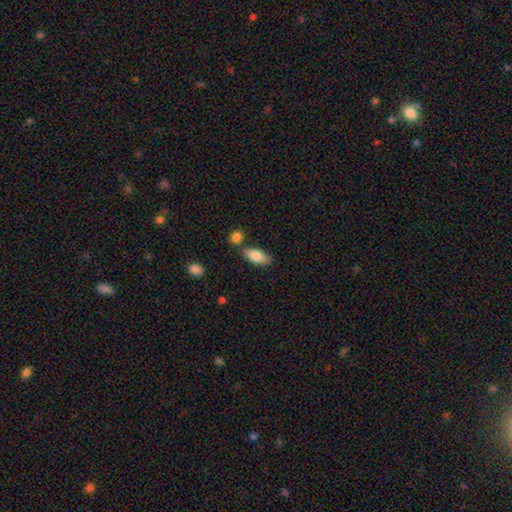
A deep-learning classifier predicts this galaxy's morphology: Smooth or featured? smooth (81%)
How rounded? in between (86%)
Merging? none (73%)